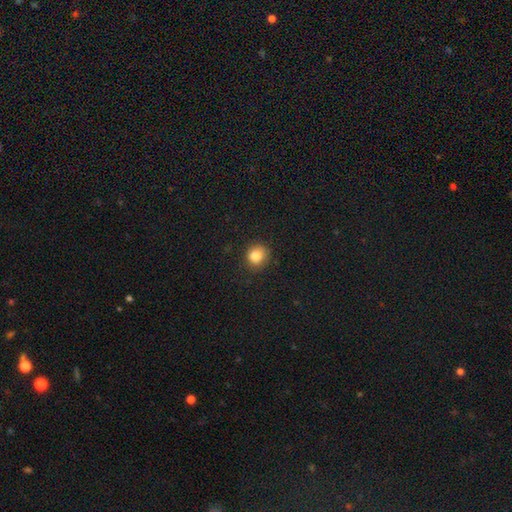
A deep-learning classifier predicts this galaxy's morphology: Overall: smooth (85%). How rounded: round (81%). Merging: none (81%).